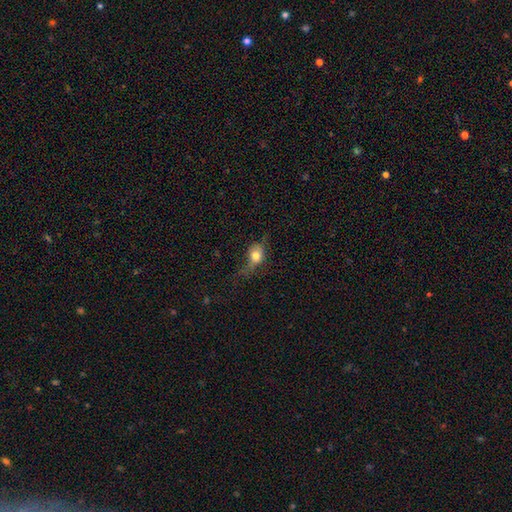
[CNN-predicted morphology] Q: Smooth or featured?
A: smooth (65%); runner-up: featured or disk (23%)
Q: How rounded?
A: in between (49%); runner-up: round (46%)
Q: Merging?
A: none (38%); runner-up: minor disturbance (30%)